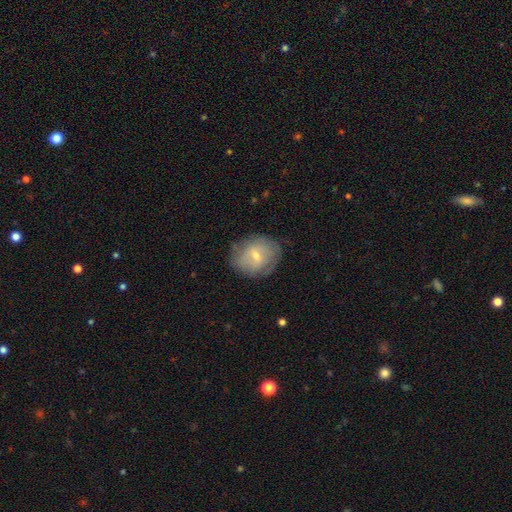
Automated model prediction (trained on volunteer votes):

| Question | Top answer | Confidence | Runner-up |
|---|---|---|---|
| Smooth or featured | smooth | 51% | featured or disk (42%) |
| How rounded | round | 56% | in between (42%) |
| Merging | none | 74% | minor disturbance (19%) |